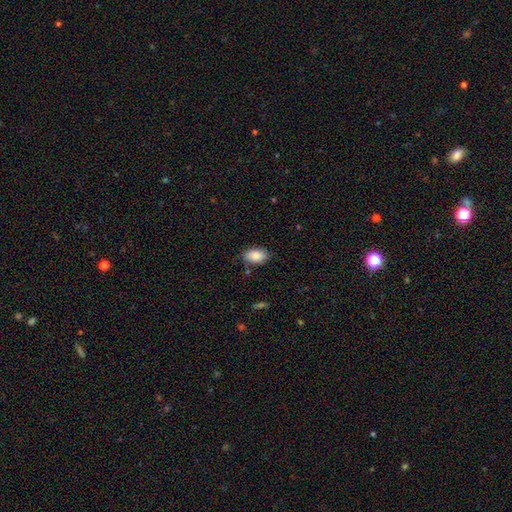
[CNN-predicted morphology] This is clearly a smooth galaxy (87%). How rounded: clearly in between (93%). Merging: clearly none (80%).